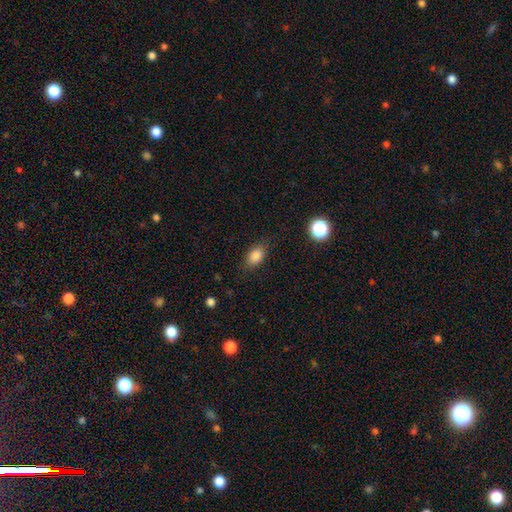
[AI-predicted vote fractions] smooth_or_featured: smooth (p=0.84) [alt: star or artifact p=0.10]
how_rounded: in between (p=0.83) [alt: round p=0.14]
merging: none (p=0.79) [alt: minor disturbance p=0.15]